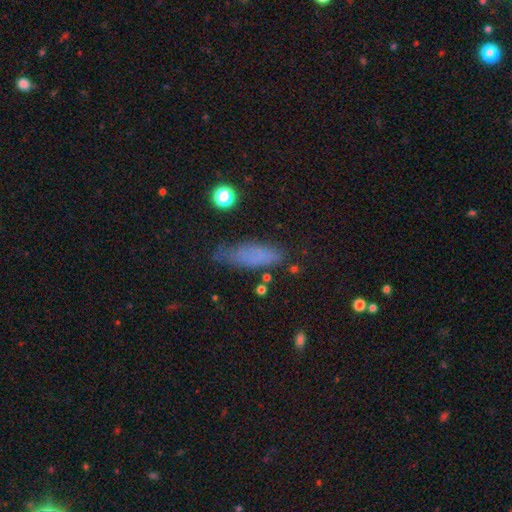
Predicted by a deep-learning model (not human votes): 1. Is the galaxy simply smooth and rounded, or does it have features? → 73% smooth, 14% featured or disk, 12% star or artifact.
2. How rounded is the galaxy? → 50% in between, 47% cigar-shaped, 3% round.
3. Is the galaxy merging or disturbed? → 66% none, 23% minor disturbance, 8% major disturbance, 3% merger.